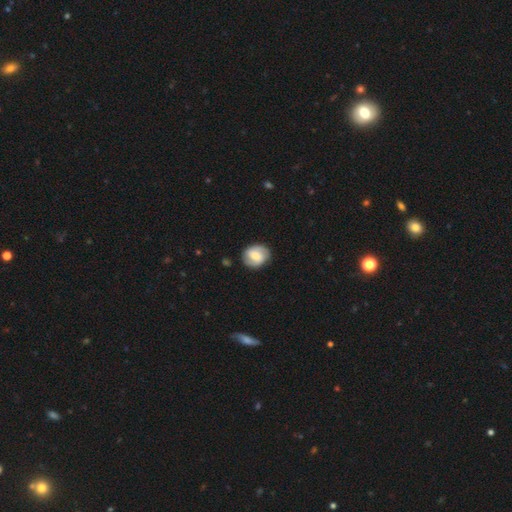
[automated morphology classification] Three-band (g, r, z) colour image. It shows a featured or disk galaxy (48%). Merging: none (83%).